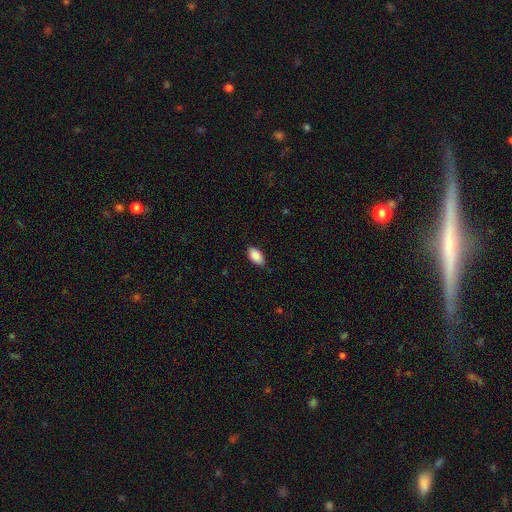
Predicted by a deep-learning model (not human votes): Smooth or featured? Predicted: smooth (p=0.88). How rounded? Predicted: in between (p=0.94). Merging? Predicted: none (p=0.82).